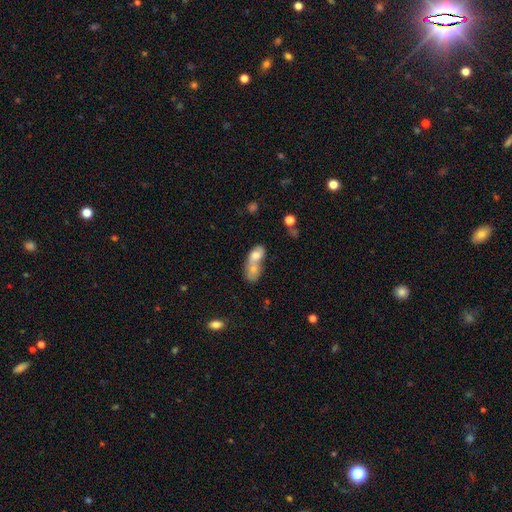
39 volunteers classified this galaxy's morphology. smooth_or_featured: smooth (p=0.74) [alt: featured or disk p=0.21]
how_rounded: in between (p=0.76) [alt: round p=0.21]
merging: merger (p=0.65) [alt: none p=0.19]